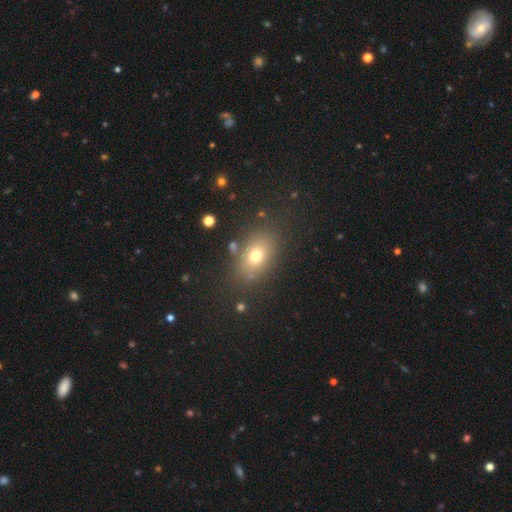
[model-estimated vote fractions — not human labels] Overall: smooth (73%). How rounded: in between (76%). Merging: none (81%).